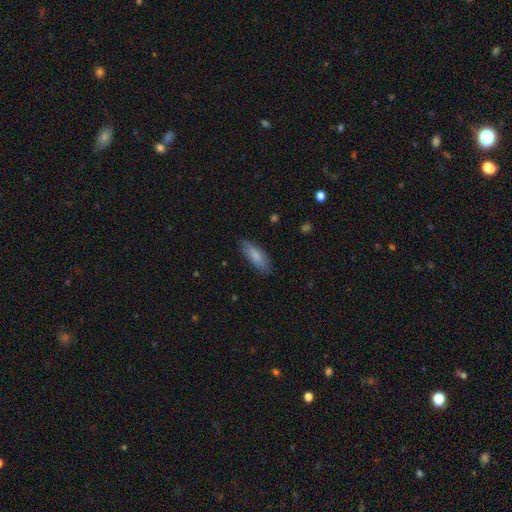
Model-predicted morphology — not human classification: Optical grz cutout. It shows a smooth galaxy with no disk features (82%) that is in between round and cigar-shaped (61%). Merging: none (83%).